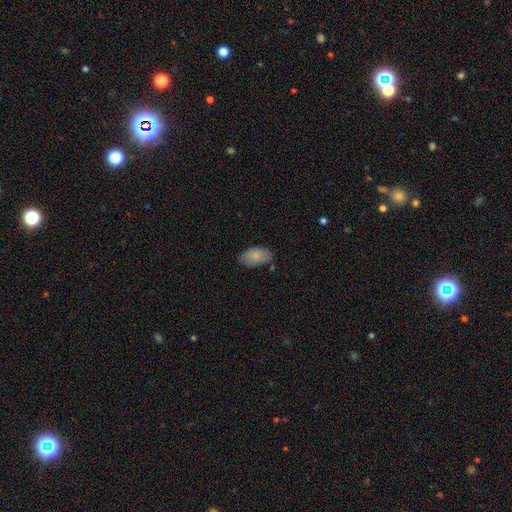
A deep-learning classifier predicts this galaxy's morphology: A smooth galaxy with no disk features (85%) that is in between round and cigar-shaped (94%).

Vote fractions:
- Smooth or featured? smooth: 85% / featured or disk: 8% / star or artifact: 6%
- How rounded? in between: 94% / round: 4% / cigar-shaped: 2%
- Merging? none: 75% / minor disturbance: 18% / major disturbance: 4% / merger: 3%